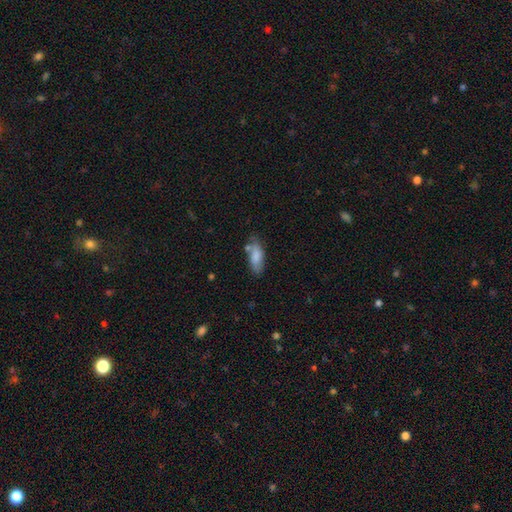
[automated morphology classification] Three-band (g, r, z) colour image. It shows a smooth galaxy with no disk features (79%) that is in between round and cigar-shaped (75%). Merging: none (61%).